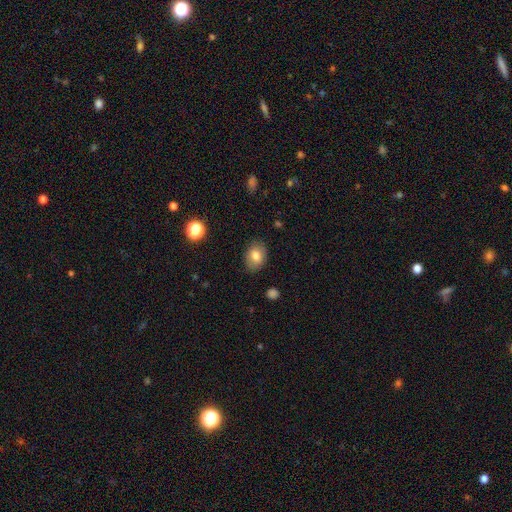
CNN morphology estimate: Q: Smooth or featured?
A: smooth (79%); runner-up: featured or disk (12%)
Q: How rounded?
A: in between (71%); runner-up: round (28%)
Q: Merging?
A: none (85%); runner-up: minor disturbance (11%)